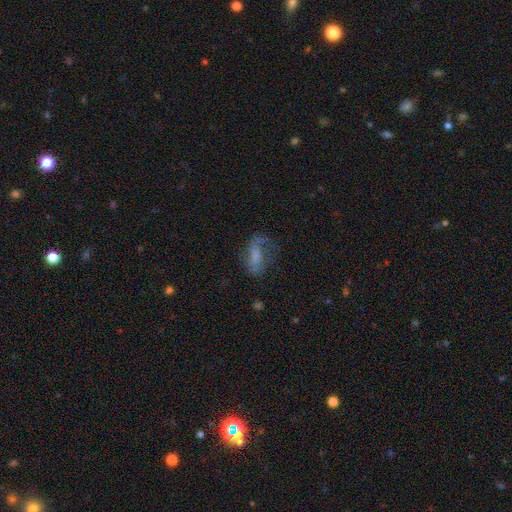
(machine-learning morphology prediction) A featured or disk galaxy (46%). Merging: none (46%).